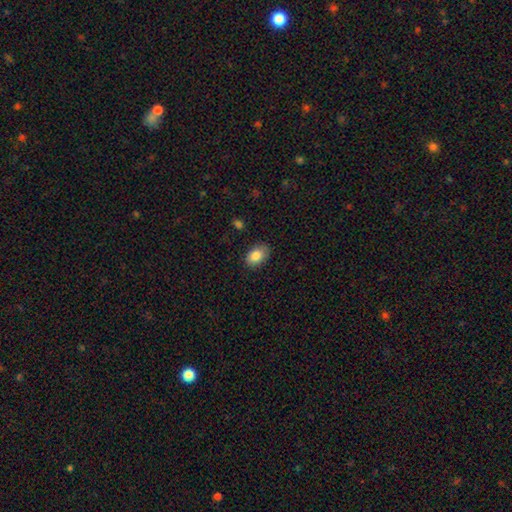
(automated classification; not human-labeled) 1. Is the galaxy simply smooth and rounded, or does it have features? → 86% smooth, 8% star or artifact, 7% featured or disk.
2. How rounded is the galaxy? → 86% in between, 13% round, 1% cigar-shaped.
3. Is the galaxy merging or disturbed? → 83% none, 13% minor disturbance, 3% major disturbance, 1% merger.